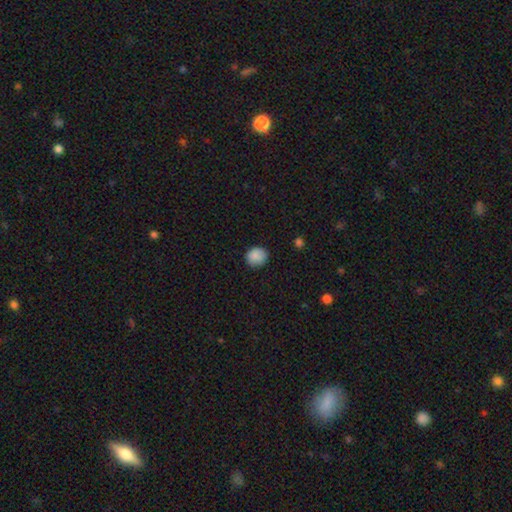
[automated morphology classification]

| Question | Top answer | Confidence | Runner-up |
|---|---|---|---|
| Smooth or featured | smooth | 88% | star or artifact (8%) |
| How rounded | round | 80% | in between (19%) |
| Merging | none | 83% | minor disturbance (13%) |